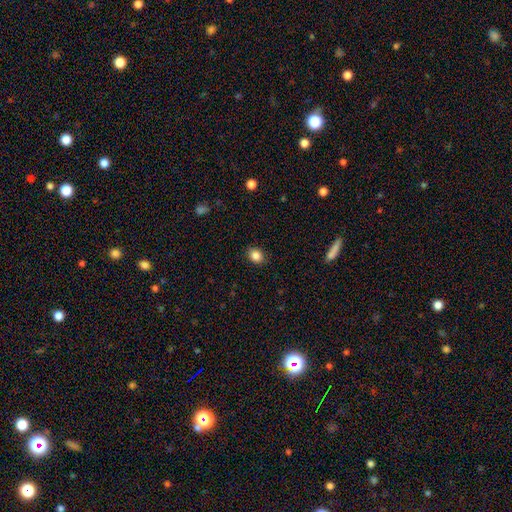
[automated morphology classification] smooth-or-featured: smooth: 85% | star or artifact: 10% | featured or disk: 5%
  how-rounded: in between: 50% | round: 49% | cigar-shaped: 1%
  merging: none: 88% | minor disturbance: 9% | major disturbance: 2% | merger: 1%